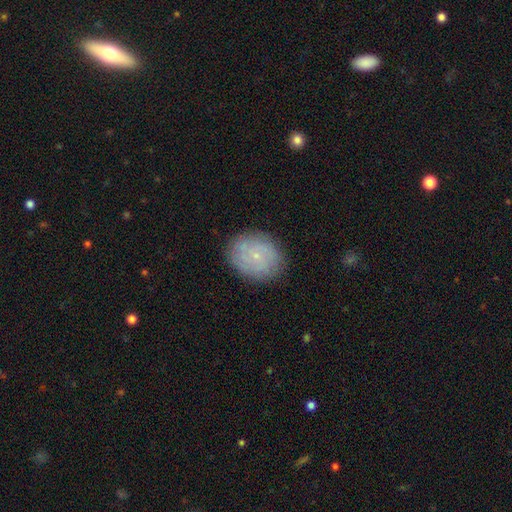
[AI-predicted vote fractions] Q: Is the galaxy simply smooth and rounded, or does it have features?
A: featured or disk — 48%.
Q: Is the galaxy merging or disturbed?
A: none — 84%.